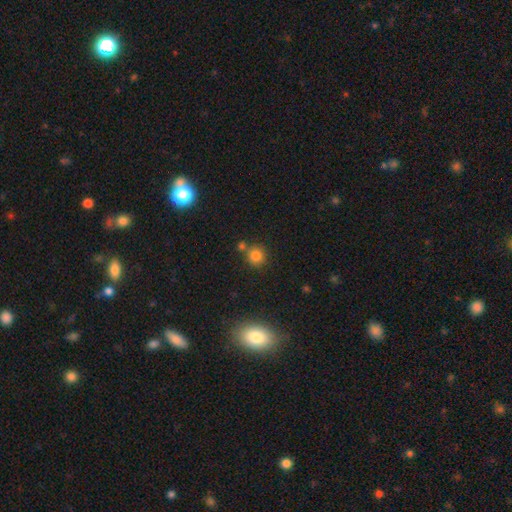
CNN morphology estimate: Smooth or featured?
  - smooth: 80% *
  - star or artifact: 14%
  - featured or disk: 6%
How rounded?
  - round: 90% *
  - in between: 9%
  - cigar-shaped: 1%
Merging?
  - none: 70% *
  - merger: 17%
  - minor disturbance: 10%
  - major disturbance: 3%